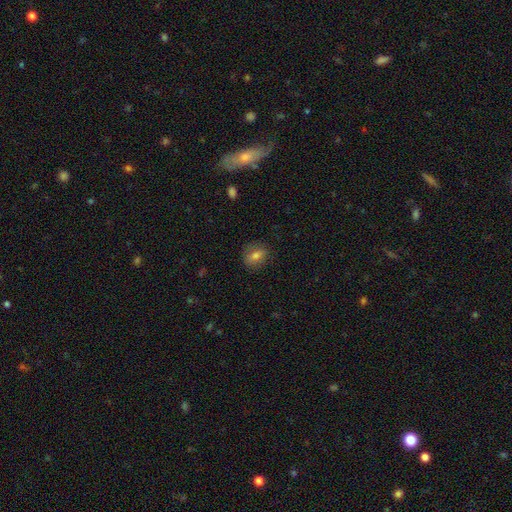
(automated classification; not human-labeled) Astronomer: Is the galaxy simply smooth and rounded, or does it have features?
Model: smooth — 70%.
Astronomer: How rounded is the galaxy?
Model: in between — 58% (runner-up: round, 39%).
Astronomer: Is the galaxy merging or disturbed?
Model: none — 82%.